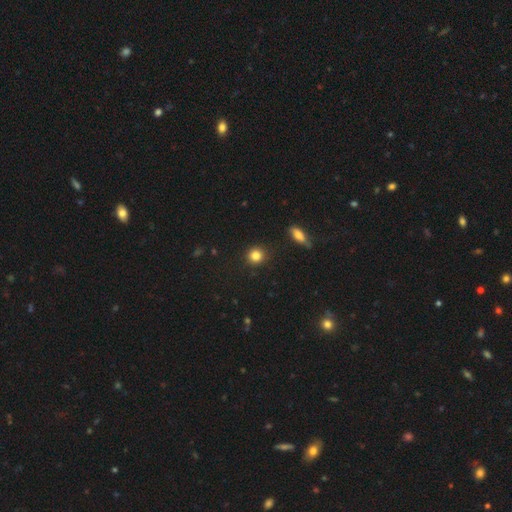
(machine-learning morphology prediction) A smooth galaxy with no disk features (84%) that is round (90%).

Vote fractions:
- Smooth or featured? smooth: 84% / star or artifact: 10% / featured or disk: 5%
- How rounded? round: 90% / in between: 8% / cigar-shaped: 1%
- Merging? none: 91% / minor disturbance: 6% / major disturbance: 2% / merger: 2%